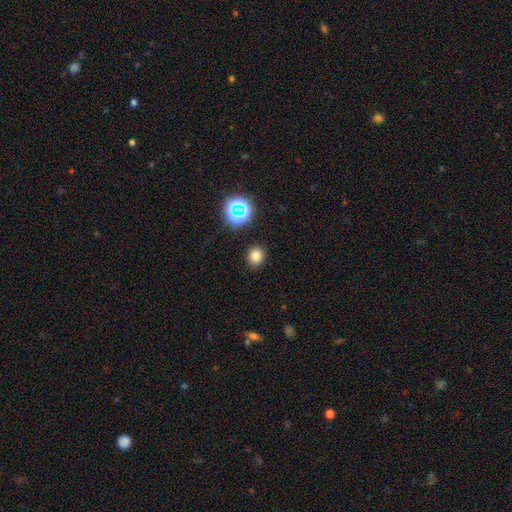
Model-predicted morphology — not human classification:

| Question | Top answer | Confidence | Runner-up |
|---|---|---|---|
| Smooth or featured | smooth | 77% | star or artifact (17%) |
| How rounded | round | 81% | in between (18%) |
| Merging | none | 89% | minor disturbance (7%) |